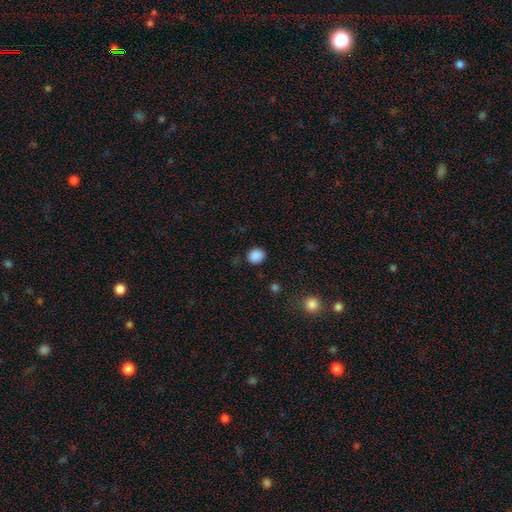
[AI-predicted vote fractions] smooth_or_featured: smooth (p=0.87) [alt: star or artifact p=0.10]
how_rounded: round (p=0.69) [alt: in between p=0.30]
merging: none (p=0.84) [alt: minor disturbance p=0.11]